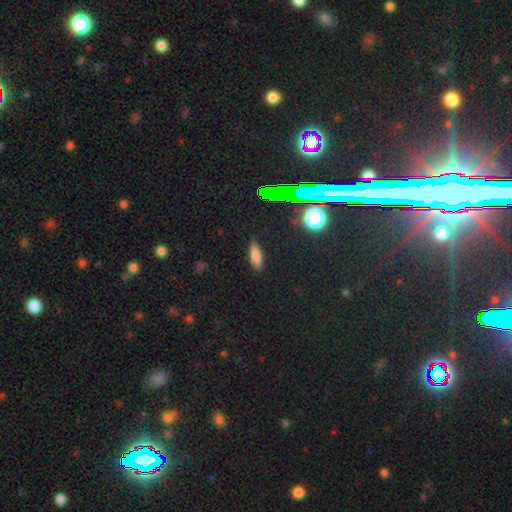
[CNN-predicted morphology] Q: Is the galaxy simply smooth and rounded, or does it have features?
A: smooth — 77%.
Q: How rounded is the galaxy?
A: in between — 49%.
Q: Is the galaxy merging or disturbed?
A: none — 86%.